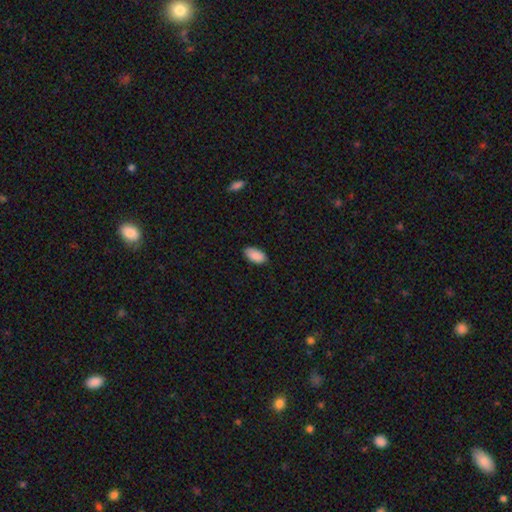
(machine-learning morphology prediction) smooth 89%, star or artifact 7%, featured or disk 4%. Down the decision tree: how rounded — in between (95%); merging — none (85%).